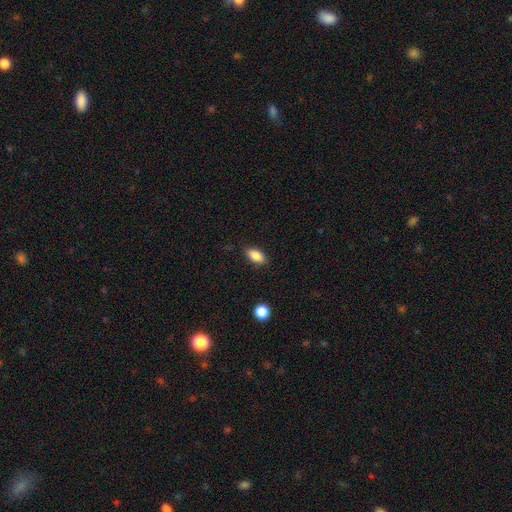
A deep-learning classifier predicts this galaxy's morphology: Smooth or featured: smooth — 87% (star or artifact — 8%)
How rounded: in between — 90% (cigar-shaped — 6%)
Merging: none — 87% (minor disturbance — 10%)